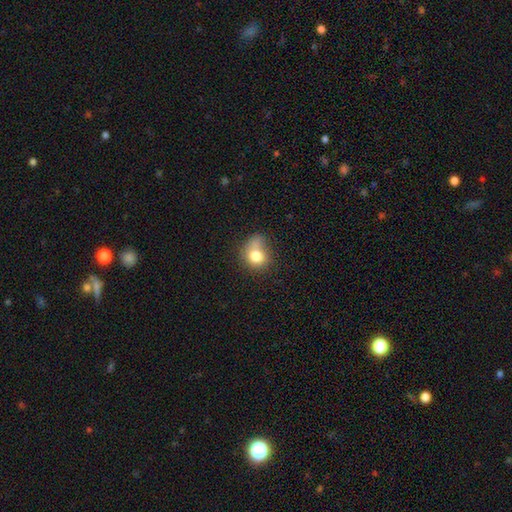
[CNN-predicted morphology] Smooth or featured? Predicted: smooth (p=0.77). How rounded? Predicted: round (p=0.64). Merging? Predicted: none (p=0.37).